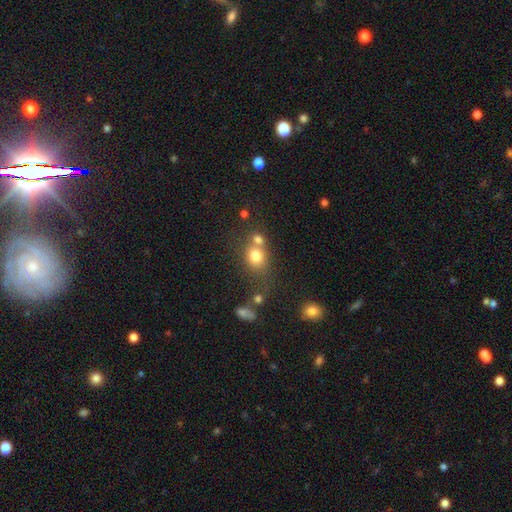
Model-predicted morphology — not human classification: The model was most divided on "merging": none: 45%, merger: 37%, minor disturbance: 12%, major disturbance: 7%. More confident: smooth or featured — smooth (76%); how rounded — round (61%).